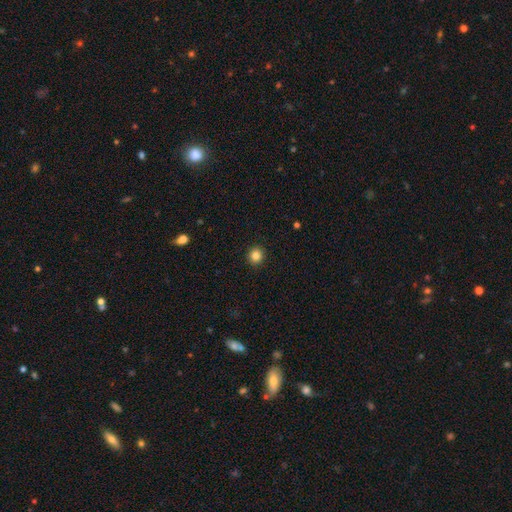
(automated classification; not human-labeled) smooth-or-featured: smooth: 84% | star or artifact: 11% | featured or disk: 5%
  how-rounded: round: 91% | in between: 8% | cigar-shaped: 1%
  merging: none: 93% | minor disturbance: 5% | major disturbance: 2% | merger: 1%